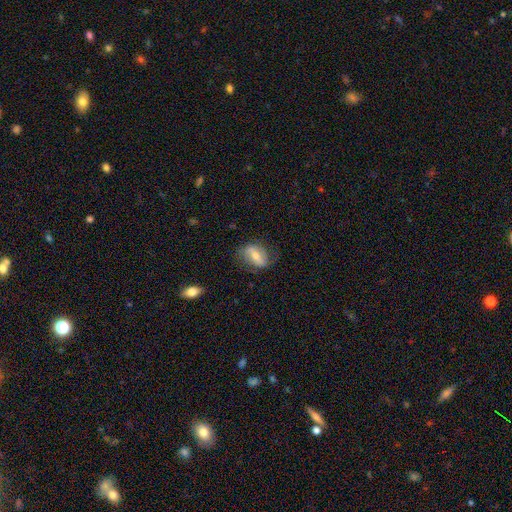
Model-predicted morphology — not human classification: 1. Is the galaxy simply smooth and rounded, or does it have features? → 50% featured or disk, 43% smooth, 7% star or artifact.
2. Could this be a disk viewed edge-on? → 89% no, 11% yes.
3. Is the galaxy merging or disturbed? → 65% none, 23% minor disturbance, 10% major disturbance, 1% merger.